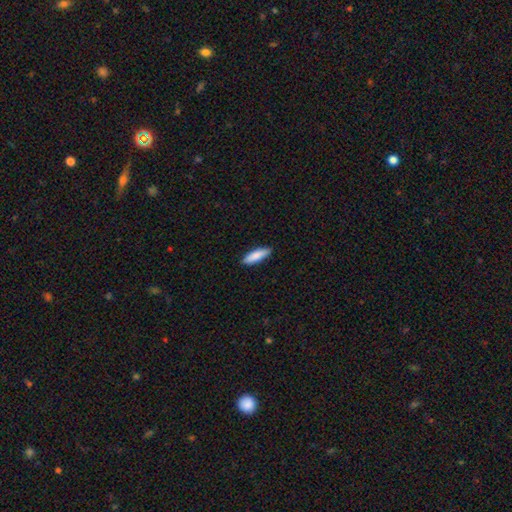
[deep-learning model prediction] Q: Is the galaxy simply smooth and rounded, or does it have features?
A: smooth — 84%.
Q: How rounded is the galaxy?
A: cigar-shaped — 62%.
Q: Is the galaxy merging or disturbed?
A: none — 89%.